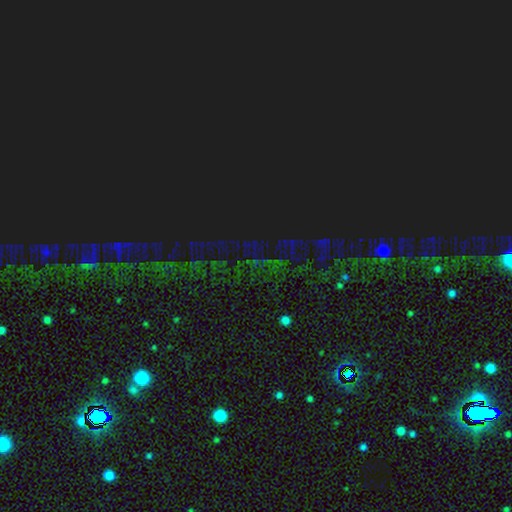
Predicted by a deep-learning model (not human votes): The model was most divided on "smooth or featured": star or artifact: 83%, smooth: 11%, featured or disk: 7%.